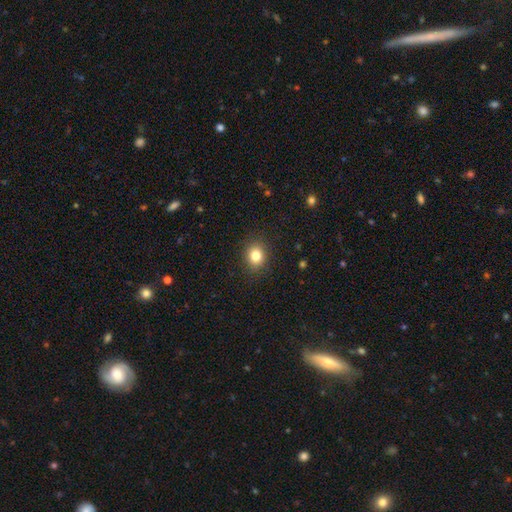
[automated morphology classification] Overall: smooth (83%). How rounded: round (64%; in between 35%). Merging: none (89%).